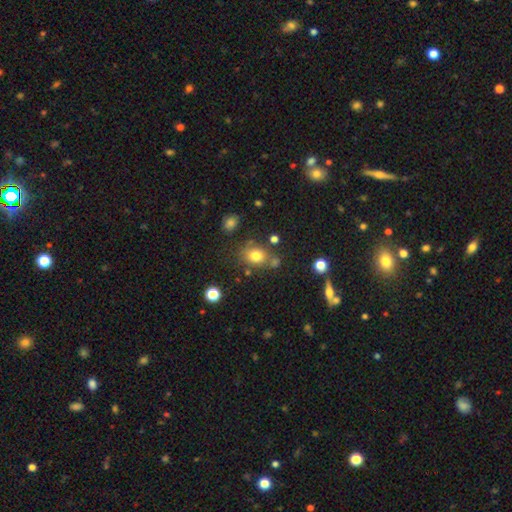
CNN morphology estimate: smooth_or_featured: smooth (p=0.76) [alt: star or artifact p=0.14]
how_rounded: round (p=0.61) [alt: in between p=0.38]
merging: none (p=0.66) [alt: minor disturbance p=0.15]